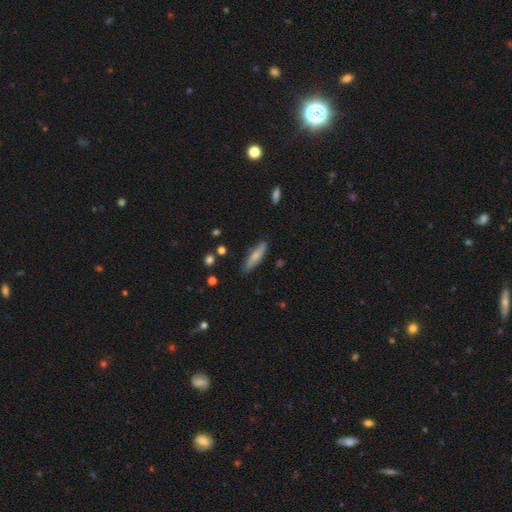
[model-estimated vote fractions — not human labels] Smooth or featured: smooth — 69% (featured or disk — 25%)
How rounded: cigar-shaped — 75% (in between — 23%)
Merging: none — 82% (minor disturbance — 14%)